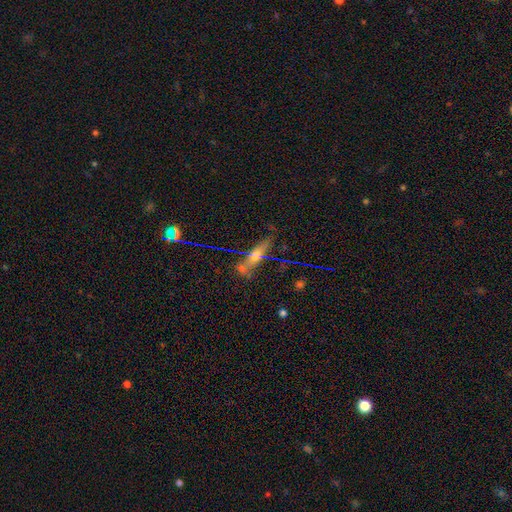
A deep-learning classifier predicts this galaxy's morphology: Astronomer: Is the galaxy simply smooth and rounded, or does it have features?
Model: featured or disk — 45% (runner-up: smooth, 39%).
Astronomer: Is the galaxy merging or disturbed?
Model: none — 60%.